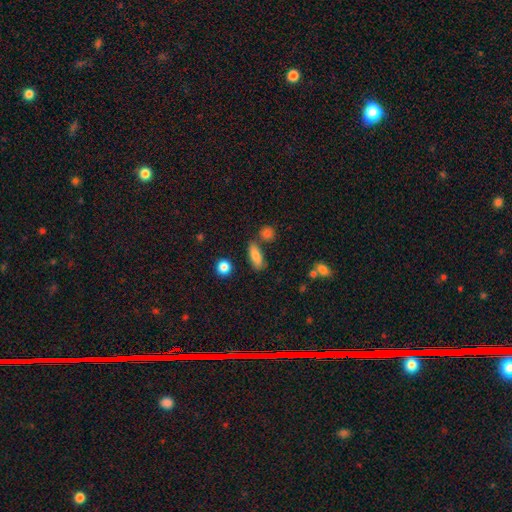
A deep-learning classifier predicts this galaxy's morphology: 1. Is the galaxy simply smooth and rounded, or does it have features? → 82% smooth, 10% featured or disk, 9% star or artifact.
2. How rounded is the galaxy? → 69% in between, 25% cigar-shaped, 6% round.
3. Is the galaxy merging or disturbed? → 74% none, 14% minor disturbance, 8% merger, 4% major disturbance.